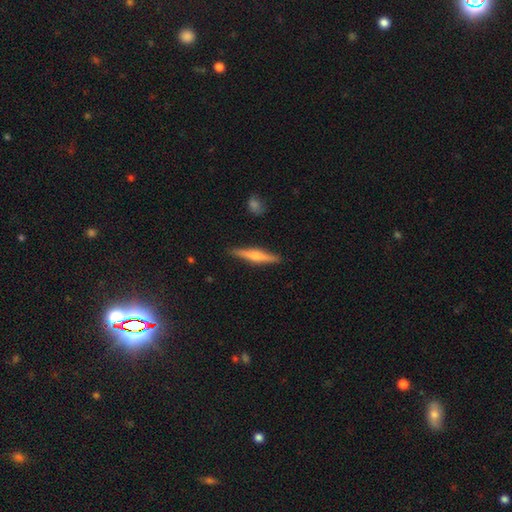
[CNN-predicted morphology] This appears to be a featured or disk galaxy (53%) viewed edge-on (97%) with a rounded central bulge (79%). Merging: none (90%).